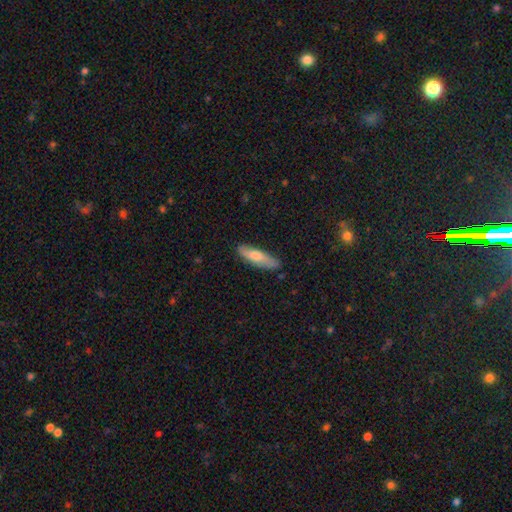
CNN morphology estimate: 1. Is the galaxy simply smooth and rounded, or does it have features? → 66% smooth, 28% featured or disk, 6% star or artifact.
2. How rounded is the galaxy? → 67% cigar-shaped, 31% in between, 2% round.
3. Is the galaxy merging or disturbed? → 83% none, 14% minor disturbance, 2% major disturbance, 1% merger.